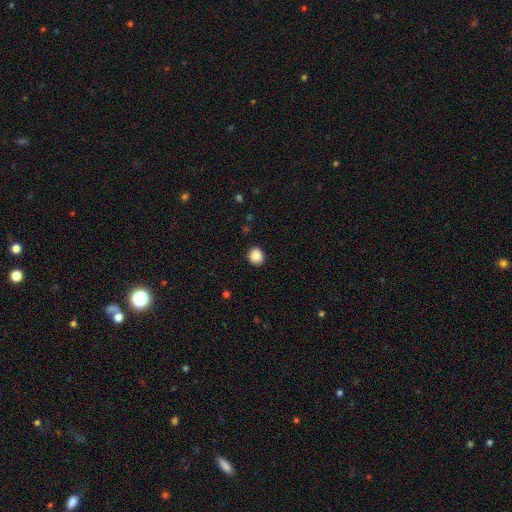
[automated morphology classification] The model was most divided on "how rounded": round: 76%, in between: 23%, cigar-shaped: 1%. More confident: merging — none (90%); smooth or featured — smooth (88%).